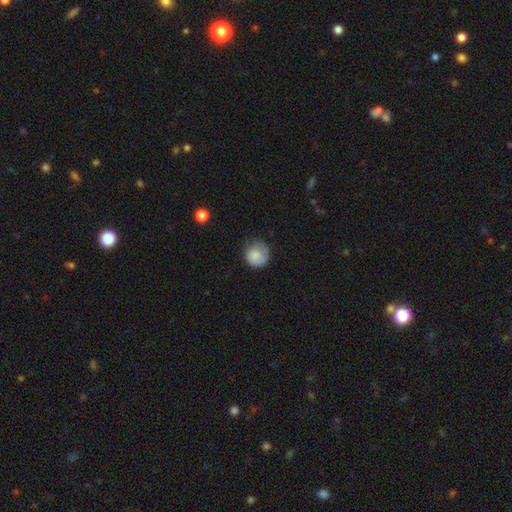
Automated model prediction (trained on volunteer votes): This is clearly a smooth galaxy (82%). How rounded: clearly round (89%). Merging: likely none (62%).